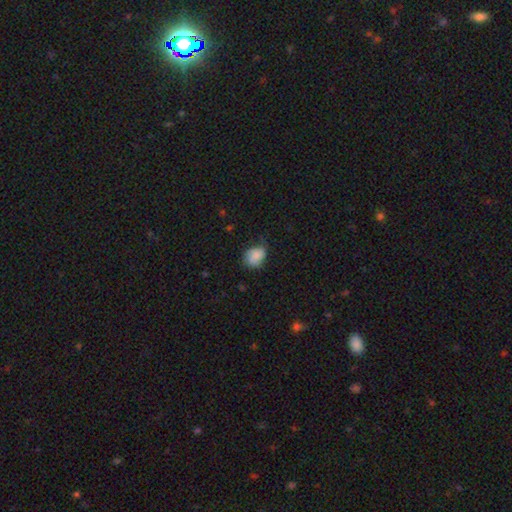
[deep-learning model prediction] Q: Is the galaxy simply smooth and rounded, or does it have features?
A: smooth — 78%.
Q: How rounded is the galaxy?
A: in between — 54%.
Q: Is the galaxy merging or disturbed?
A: none — 52%.